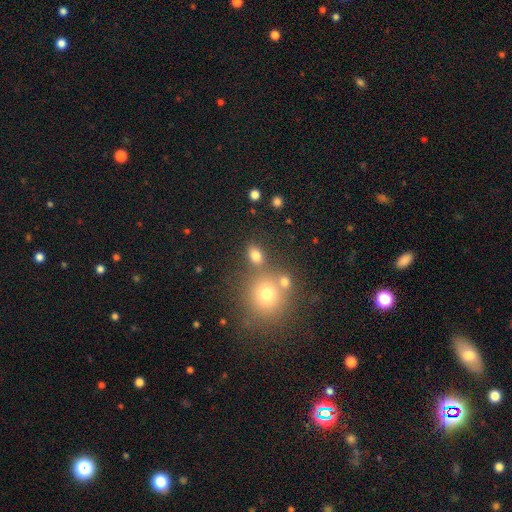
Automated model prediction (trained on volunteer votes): Morphology: type=smooth (77%); roundness=in between (63%); merging=none (67%).